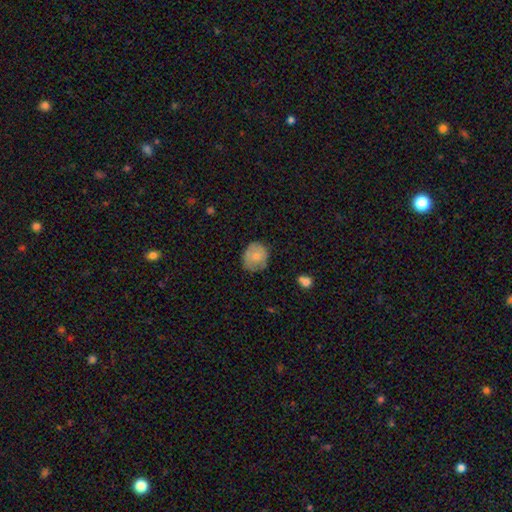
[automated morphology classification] Smooth or featured: smooth — 70% (featured or disk — 23%)
How rounded: round — 73% (in between — 26%)
Merging: none — 70% (minor disturbance — 23%)